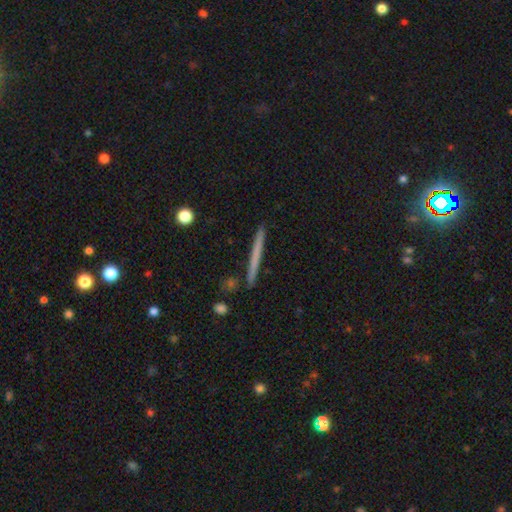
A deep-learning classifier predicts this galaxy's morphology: A smooth galaxy with no disk features (54%) that is cigar-shaped (97%).

Vote fractions:
- Smooth or featured? smooth: 54% / featured or disk: 40% / star or artifact: 6%
- How rounded? cigar-shaped: 97% / in between: 2% / round: 2%
- Merging? none: 90% / minor disturbance: 6% / merger: 2% / major disturbance: 1%